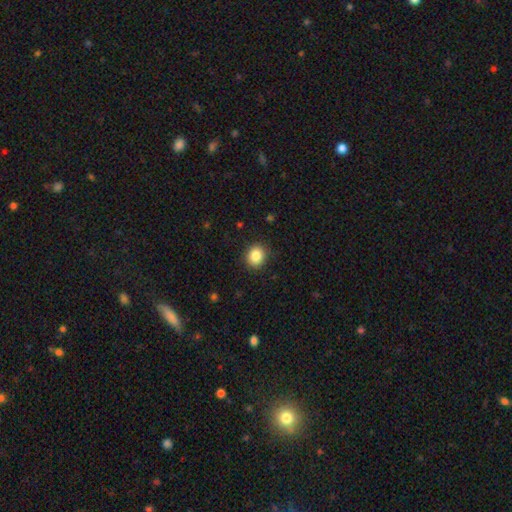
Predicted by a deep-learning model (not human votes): Smooth or featured? Predicted: smooth (p=0.86). How rounded? Predicted: round (p=0.77). Merging? Predicted: none (p=0.89).